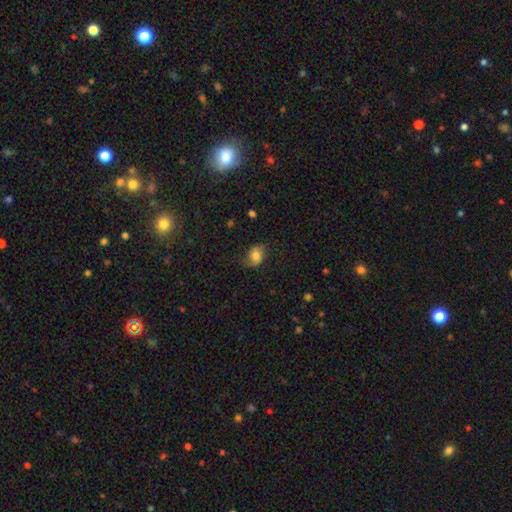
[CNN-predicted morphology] Overall: smooth (69%). How rounded: in between (68%; round 31%). Merging: none (66%).